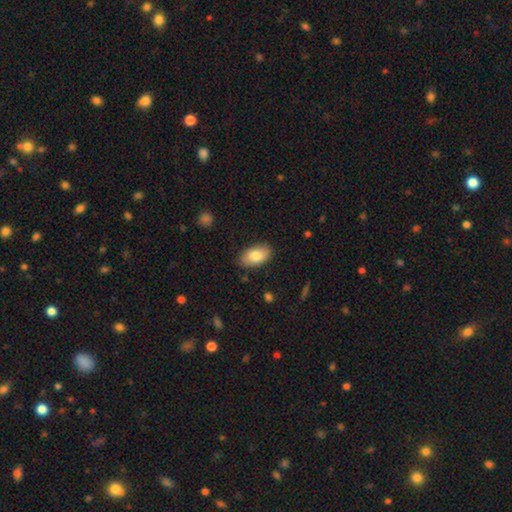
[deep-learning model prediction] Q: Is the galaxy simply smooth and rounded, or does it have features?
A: smooth — 80%.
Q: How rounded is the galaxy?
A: in between — 94%.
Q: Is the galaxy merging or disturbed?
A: none — 84%.